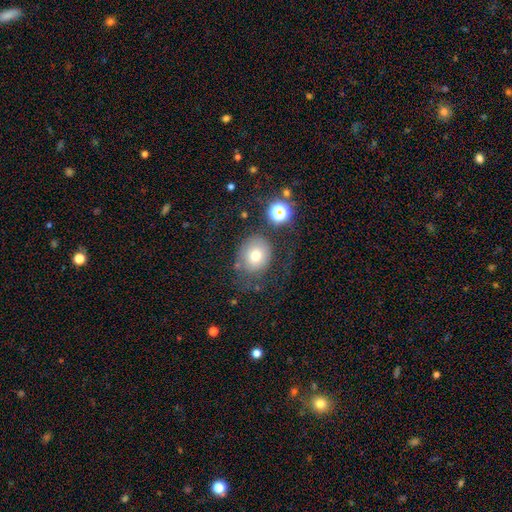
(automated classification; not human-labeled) Smooth or featured: smooth — 71% (featured or disk — 15%)
How rounded: round — 72% (in between — 28%)
Merging: none — 61% (minor disturbance — 19%)